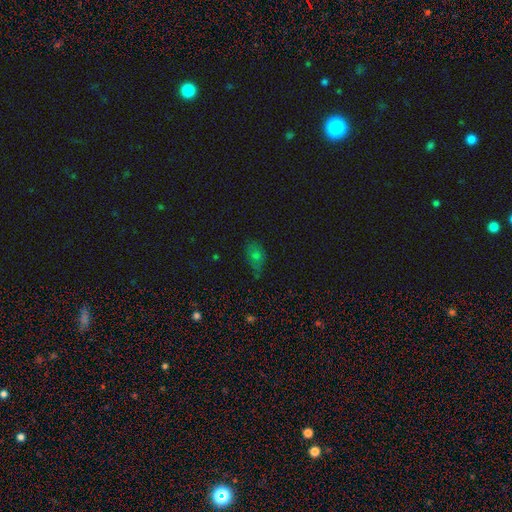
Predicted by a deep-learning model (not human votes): This is possibly a smooth galaxy (58%). How rounded: likely in between (77%). Merging: possibly none (49%).